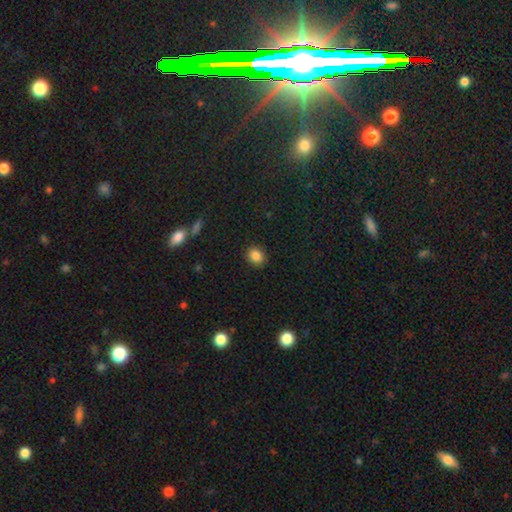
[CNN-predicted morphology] This is clearly a smooth galaxy (85%). How rounded: likely round (65%). Merging: clearly none (89%).